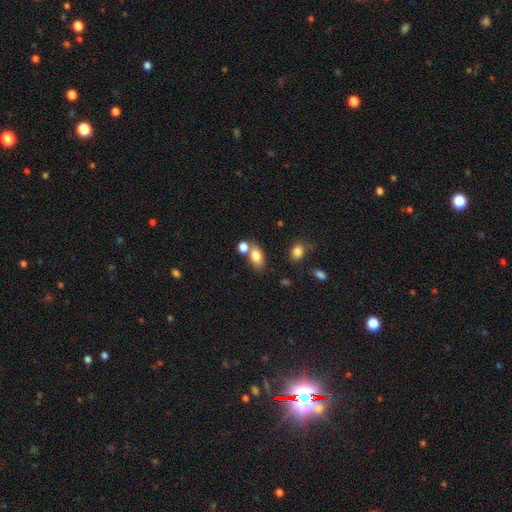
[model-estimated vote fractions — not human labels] Q: Smooth or featured?
A: smooth (80%); runner-up: featured or disk (10%)
Q: How rounded?
A: in between (84%); runner-up: round (14%)
Q: Merging?
A: none (54%); runner-up: merger (28%)